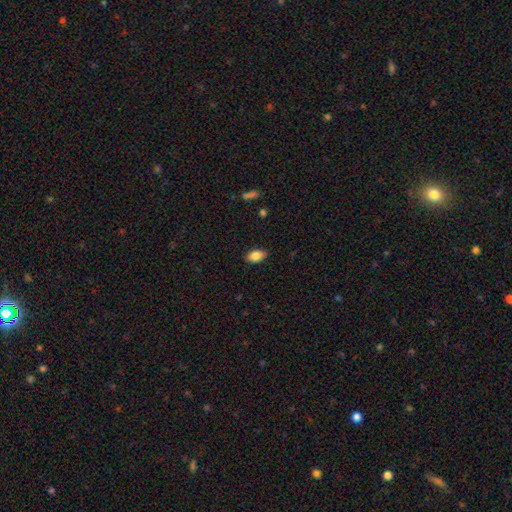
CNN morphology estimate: smooth_or_featured: smooth (p=0.85) [alt: featured or disk p=0.08]
how_rounded: in between (p=0.91) [alt: round p=0.06]
merging: none (p=0.85) [alt: minor disturbance p=0.12]